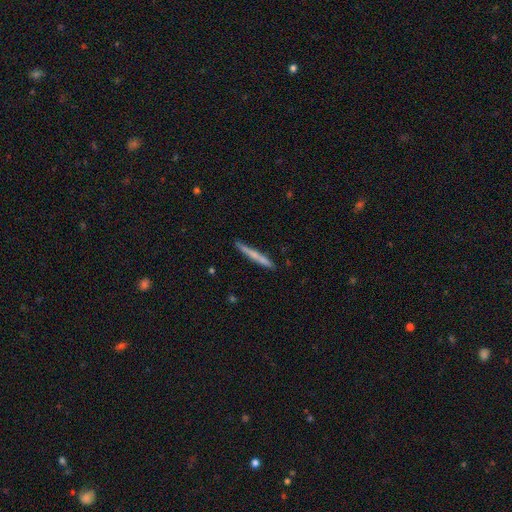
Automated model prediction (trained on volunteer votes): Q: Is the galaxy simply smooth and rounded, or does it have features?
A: smooth — 53%.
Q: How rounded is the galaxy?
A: cigar-shaped — 96%.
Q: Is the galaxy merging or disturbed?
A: none — 88%.